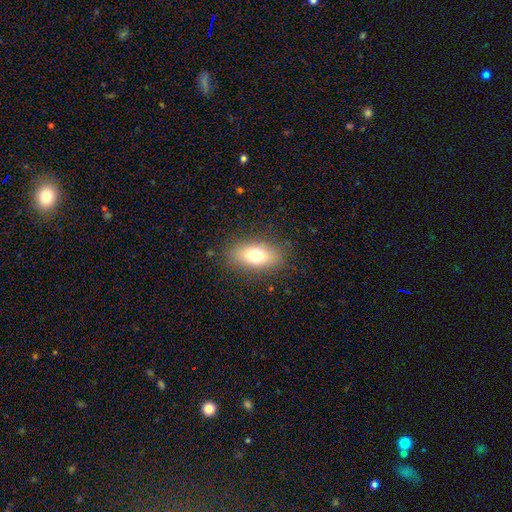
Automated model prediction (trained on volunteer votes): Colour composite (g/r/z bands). It shows a smooth galaxy with no disk features (75%) that is in between round and cigar-shaped (86%). Merging: none (84%).